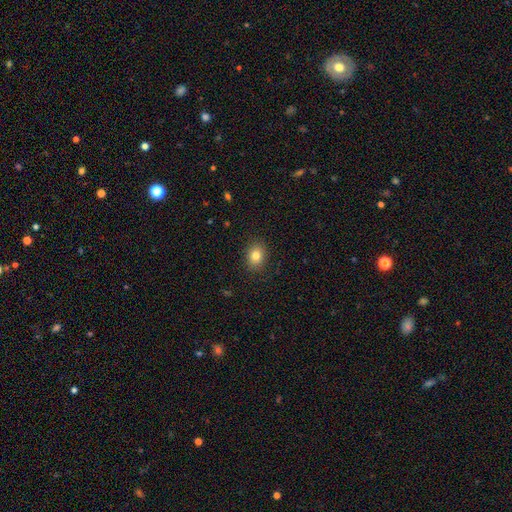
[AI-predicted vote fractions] Q: Smooth or featured?
A: smooth (82%); runner-up: star or artifact (10%)
Q: How rounded?
A: in between (58%); runner-up: round (41%)
Q: Merging?
A: none (88%); runner-up: minor disturbance (8%)